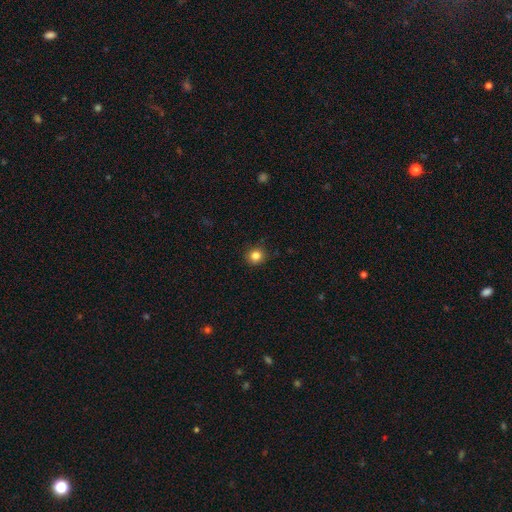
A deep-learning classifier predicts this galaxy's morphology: The model was most divided on "smooth or featured": smooth: 83%, star or artifact: 12%, featured or disk: 5%. More confident: how rounded — round (88%); merging — none (88%).